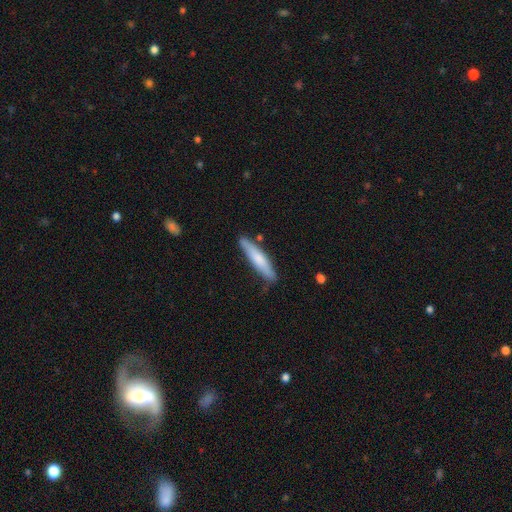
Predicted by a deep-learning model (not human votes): Morphology: type=smooth (65%); roundness=cigar-shaped (87%); merging=none (81%).